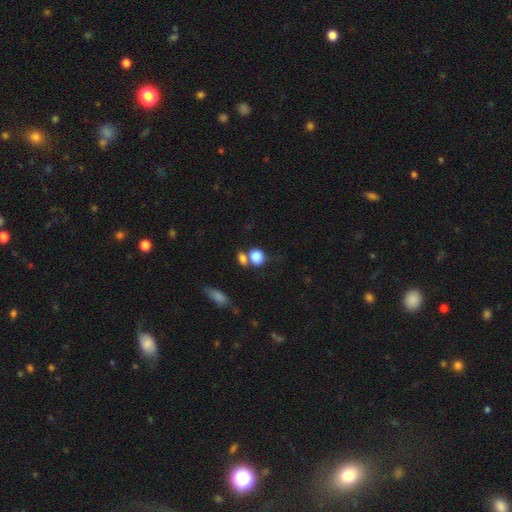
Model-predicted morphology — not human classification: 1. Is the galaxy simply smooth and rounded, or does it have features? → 84% smooth, 9% star or artifact, 7% featured or disk.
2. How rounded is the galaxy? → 68% round, 31% in between, 2% cigar-shaped.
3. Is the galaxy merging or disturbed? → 45% none, 35% merger, 14% minor disturbance, 6% major disturbance.